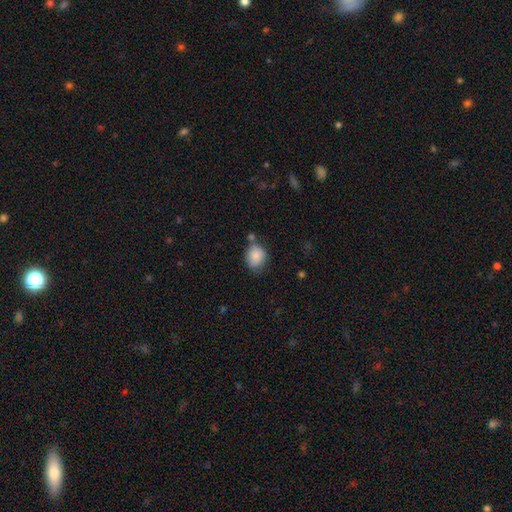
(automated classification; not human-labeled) Smooth or featured? smooth (85%)
How rounded? round (56%)
Merging? none (57%)